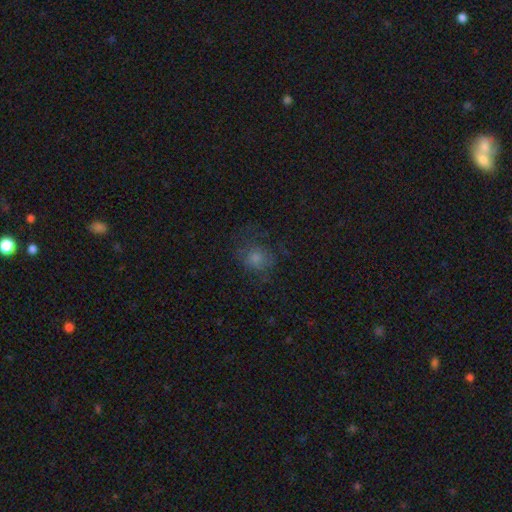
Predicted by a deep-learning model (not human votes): This appears to be a smooth galaxy with no disk features (64%) that is round (76%). Merging: none (63%).